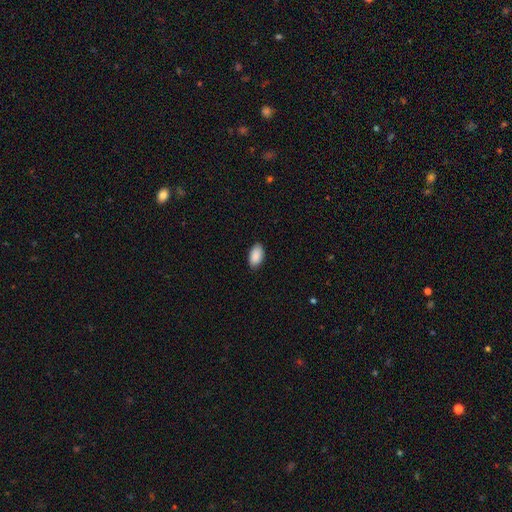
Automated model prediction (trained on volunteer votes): Overall: smooth (90%). How rounded: in between (94%). Merging: none (86%).